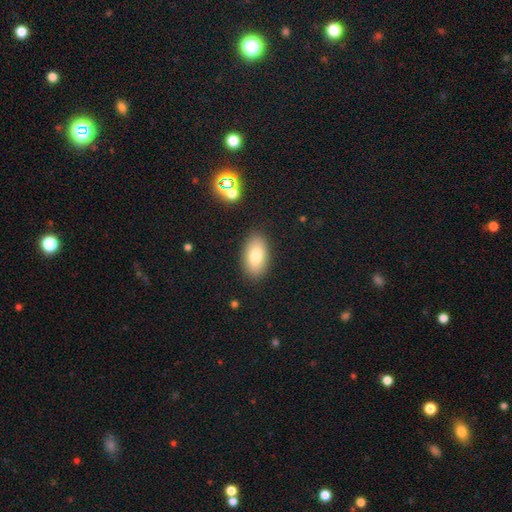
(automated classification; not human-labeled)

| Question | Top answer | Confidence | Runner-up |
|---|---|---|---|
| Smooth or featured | smooth | 78% | featured or disk (13%) |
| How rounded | in between | 93% | round (5%) |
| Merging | none | 87% | minor disturbance (9%) |